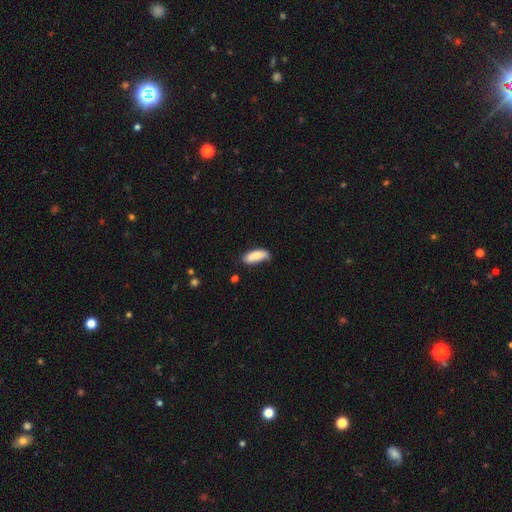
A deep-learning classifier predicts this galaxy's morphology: type=smooth (84%); roundness=in between (78%); merging=none (60%).